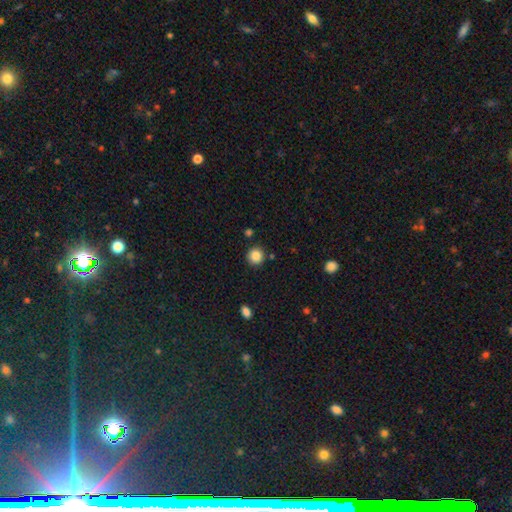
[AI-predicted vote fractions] Overall: smooth (86%). How rounded: round (92%). Merging: none (88%).